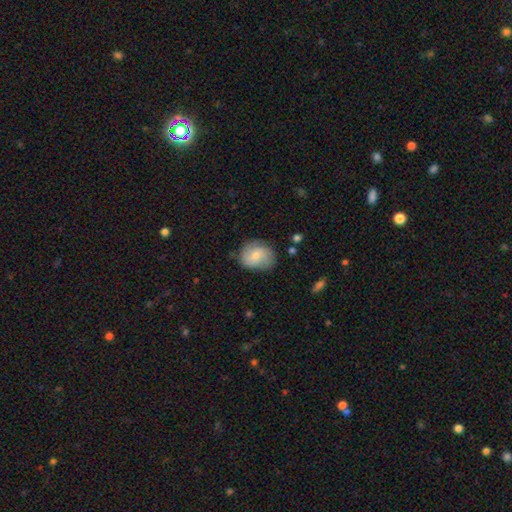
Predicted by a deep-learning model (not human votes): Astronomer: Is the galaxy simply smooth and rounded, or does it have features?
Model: smooth — 55% (runner-up: featured or disk, 38%).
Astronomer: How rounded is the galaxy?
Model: round — 58% (runner-up: in between, 41%).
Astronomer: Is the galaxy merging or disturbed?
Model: none — 70%.